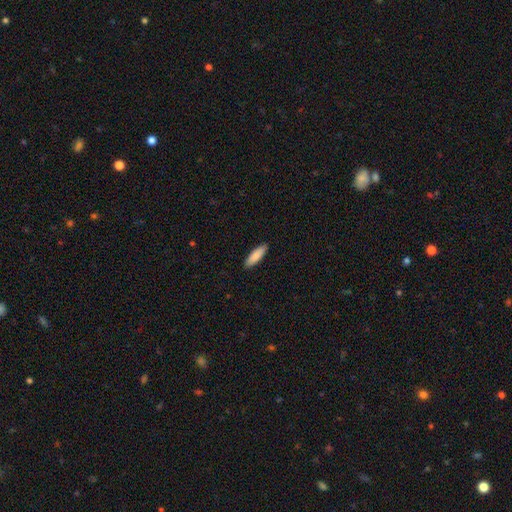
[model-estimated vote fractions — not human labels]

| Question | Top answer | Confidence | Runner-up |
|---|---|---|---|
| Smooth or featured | smooth | 88% | featured or disk (7%) |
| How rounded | cigar-shaped | 53% | in between (45%) |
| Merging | none | 90% | minor disturbance (7%) |